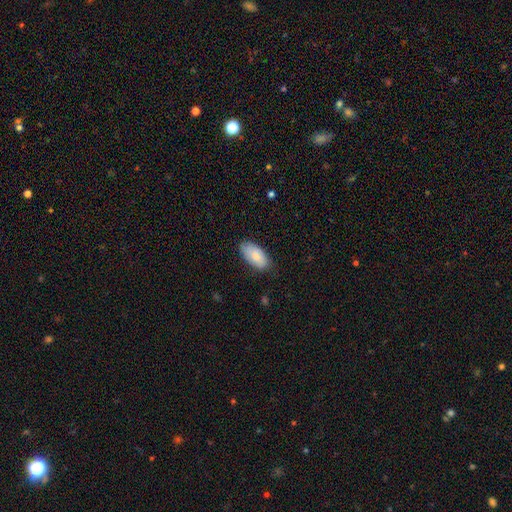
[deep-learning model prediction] This is clearly a smooth galaxy (81%). How rounded: clearly in between (94%). Merging: likely none (76%).